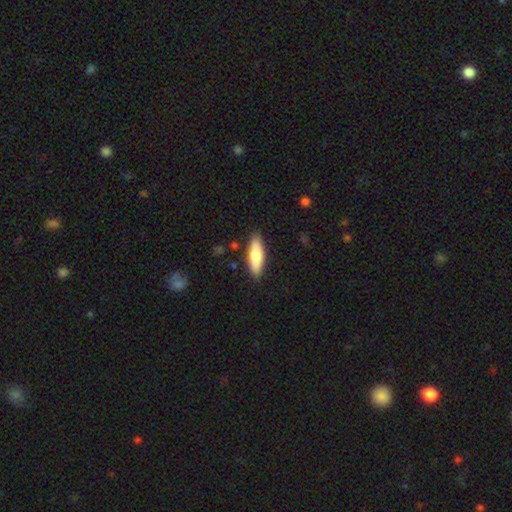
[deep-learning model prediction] This appears to be a smooth galaxy with no disk features (78%) that is cigar-shaped (56%). Merging: none (87%).